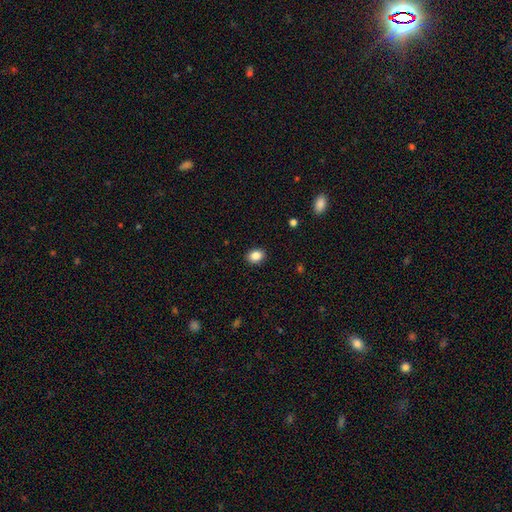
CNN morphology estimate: This appears to be a smooth galaxy with no disk features (86%) that is in between round and cigar-shaped (58%). Merging: none (91%).